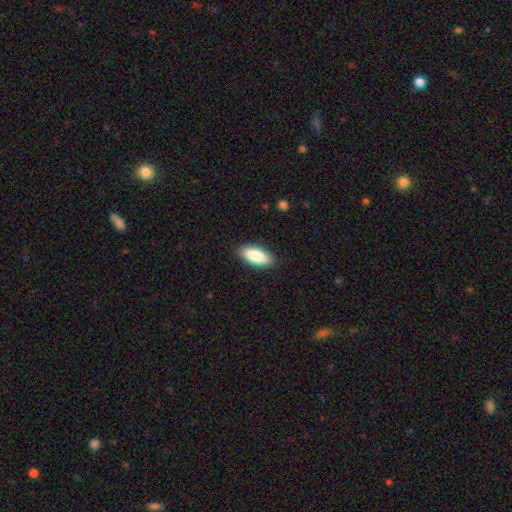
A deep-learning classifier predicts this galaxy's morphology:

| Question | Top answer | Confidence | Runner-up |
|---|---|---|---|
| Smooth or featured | smooth | 88% | featured or disk (6%) |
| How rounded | in between | 85% | cigar-shaped (14%) |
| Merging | none | 88% | minor disturbance (9%) |